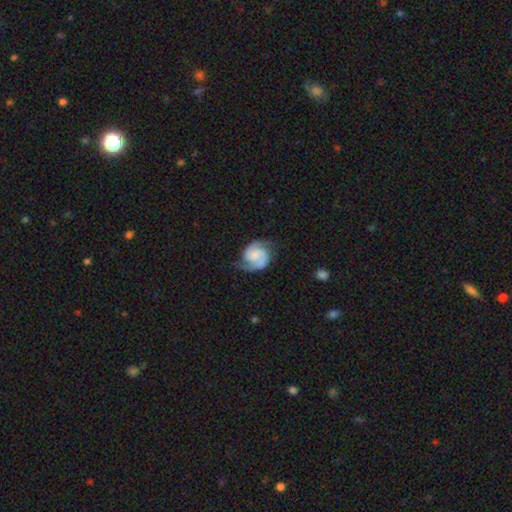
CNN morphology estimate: smooth_or_featured: featured or disk (p=0.85) [alt: smooth p=0.10]
disk_edge_on: no (p=0.98) [alt: yes p=0.02]
bar: no (p=0.54) [alt: weak p=0.37]
has_spiral_arms: yes (p=0.98) [alt: no p=0.02]
spiral_winding: medium (p=0.48) [alt: tight p=0.39]
spiral_arm_count: 2 (p=0.89) [alt: 1 p=0.04]
bulge_size: none (p=0.38) [alt: small p=0.35]
merging: none (p=0.70) [alt: minor disturbance p=0.20]